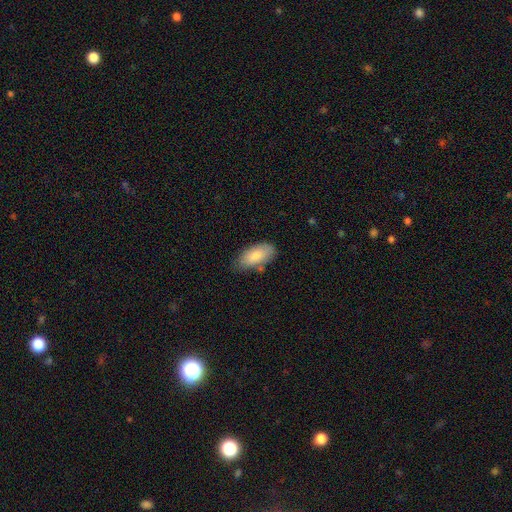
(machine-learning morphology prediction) Q: Smooth or featured?
A: smooth (85%); runner-up: featured or disk (9%)
Q: How rounded?
A: in between (92%); runner-up: cigar-shaped (6%)
Q: Merging?
A: none (68%); runner-up: minor disturbance (23%)